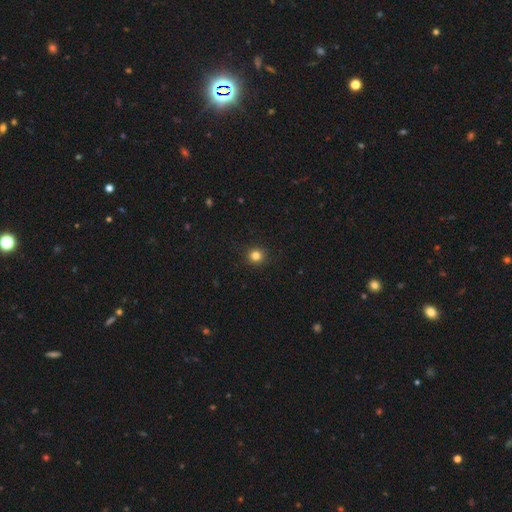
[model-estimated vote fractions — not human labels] smooth_or_featured: smooth (p=0.82) [alt: star or artifact p=0.13]
how_rounded: round (p=0.93) [alt: in between p=0.06]
merging: none (p=0.92) [alt: minor disturbance p=0.06]